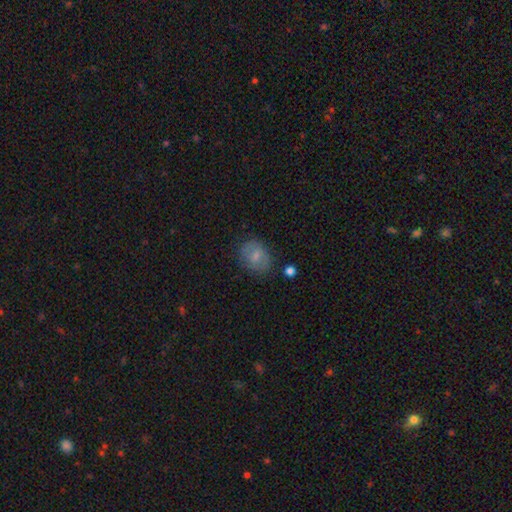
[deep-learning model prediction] smooth-or-featured: smooth: 69% | featured or disk: 22% | star or artifact: 9%
  how-rounded: in between: 57% | round: 41% | cigar-shaped: 1%
  merging: none: 76% | minor disturbance: 17% | major disturbance: 5% | merger: 2%